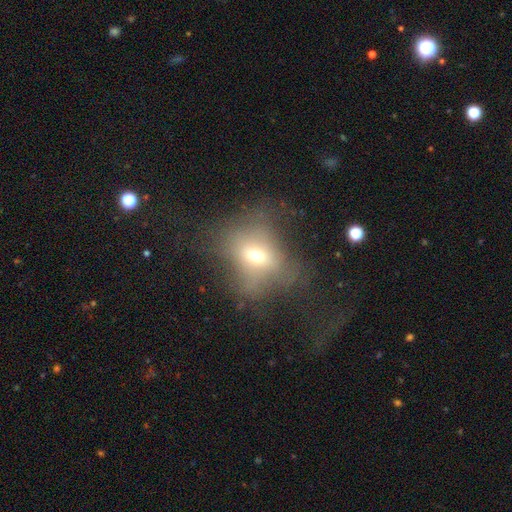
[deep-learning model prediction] Smooth or featured? Predicted: smooth (p=0.50). Merging? Predicted: none (p=0.39).